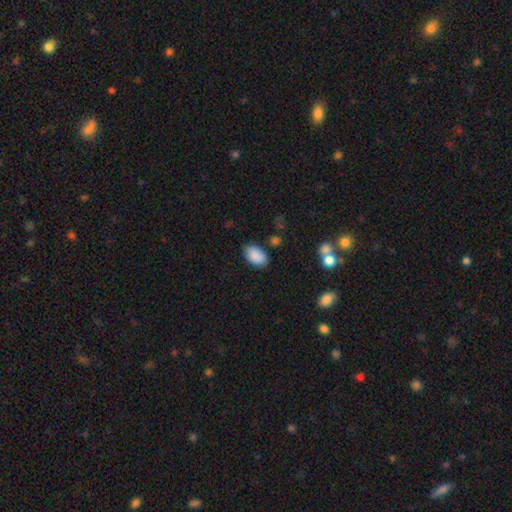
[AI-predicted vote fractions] A smooth galaxy with no disk features (89%) that is in between round and cigar-shaped (92%). Merging: none (83%).